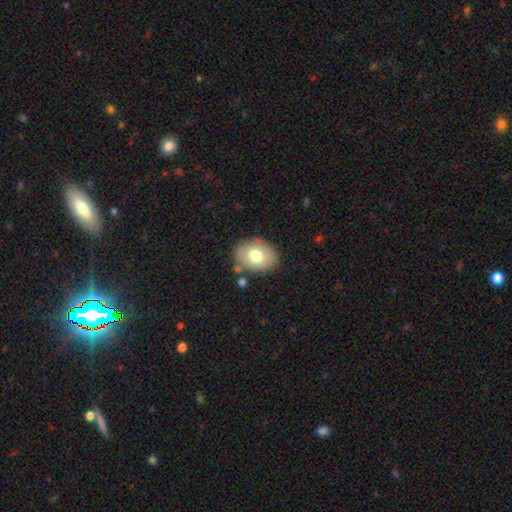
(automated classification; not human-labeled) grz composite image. It shows a smooth galaxy with no disk features (73%) that is in between round and cigar-shaped (63%). Merging: none (81%).